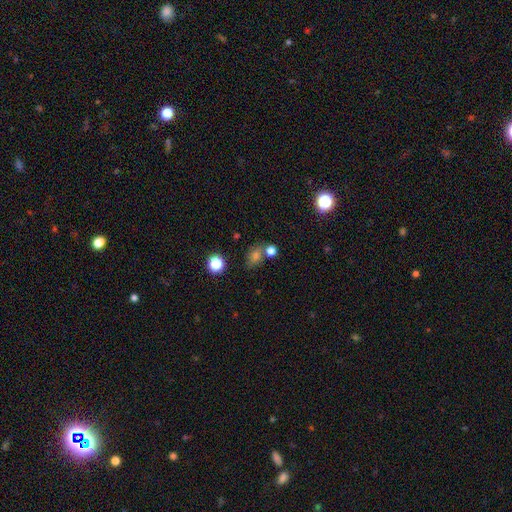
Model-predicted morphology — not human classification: A smooth galaxy with no disk features (69%) that is in between round and cigar-shaped (56%).

Vote fractions:
- Smooth or featured? smooth: 69% / star or artifact: 21% / featured or disk: 11%
- How rounded? in between: 56% / round: 42% / cigar-shaped: 2%
- Merging? none: 64% / merger: 17% / minor disturbance: 14% / major disturbance: 5%